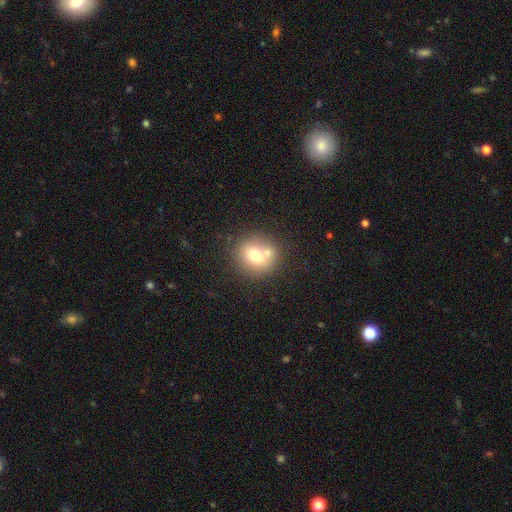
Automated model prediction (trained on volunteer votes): A smooth galaxy with no disk features (69%) that is round (82%). Merging: none (58%).